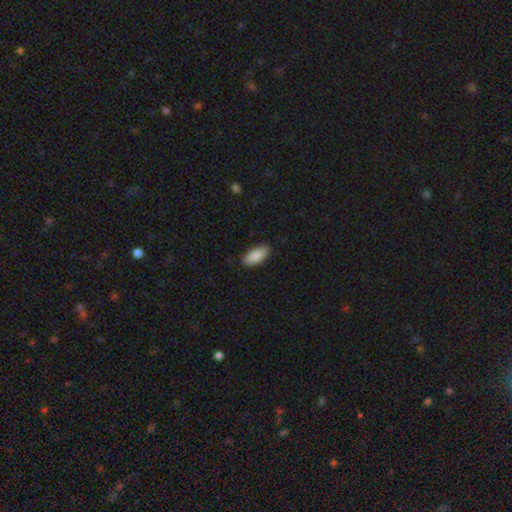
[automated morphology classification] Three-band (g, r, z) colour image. It shows a smooth galaxy with no disk features (89%) that is in between round and cigar-shaped (86%). Merging: none (87%).